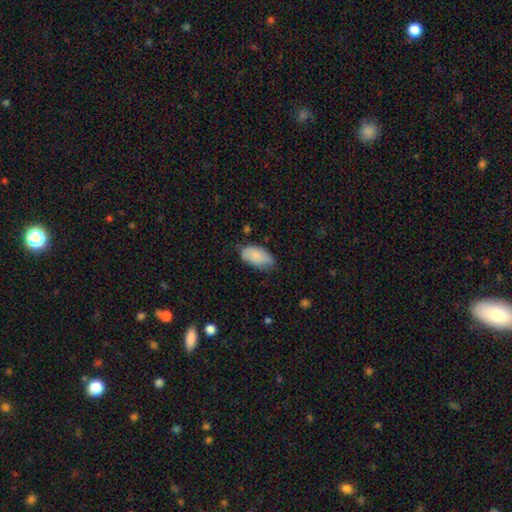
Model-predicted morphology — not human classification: This appears to be a smooth galaxy with no disk features (83%) that is in between round and cigar-shaped (94%). Merging: none (64%).